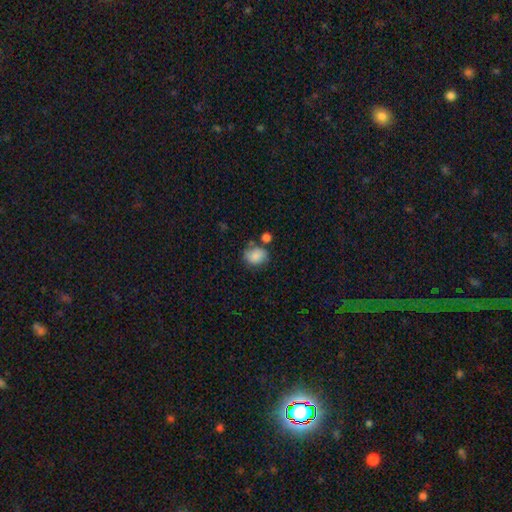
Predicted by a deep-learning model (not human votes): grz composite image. It shows a smooth galaxy with no disk features (83%) that is round (56%). Merging: none (62%).